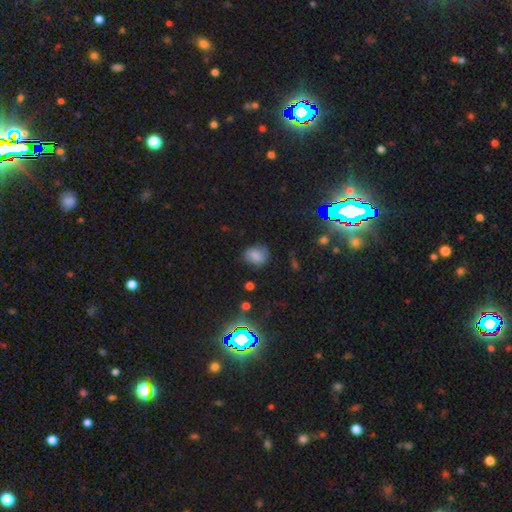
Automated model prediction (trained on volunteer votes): smooth_or_featured: smooth (p=0.76) [alt: star or artifact p=0.15]
how_rounded: round (p=0.52) [alt: in between p=0.46]
merging: none (p=0.64) [alt: minor disturbance p=0.26]